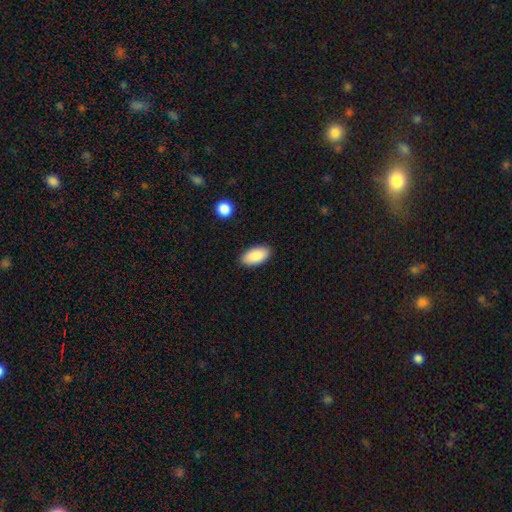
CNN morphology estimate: Smooth or featured? smooth (89%)
How rounded? in between (94%)
Merging? none (89%)